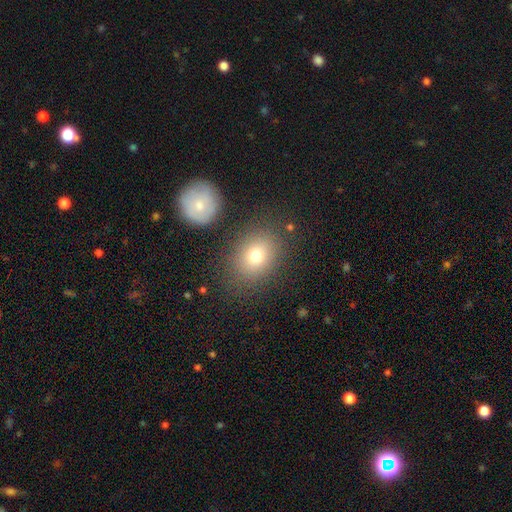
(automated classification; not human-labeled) The model was most divided on "how rounded": in between: 53%, round: 46%, cigar-shaped: 1%. More confident: merging — none (79%); smooth or featured — smooth (74%).